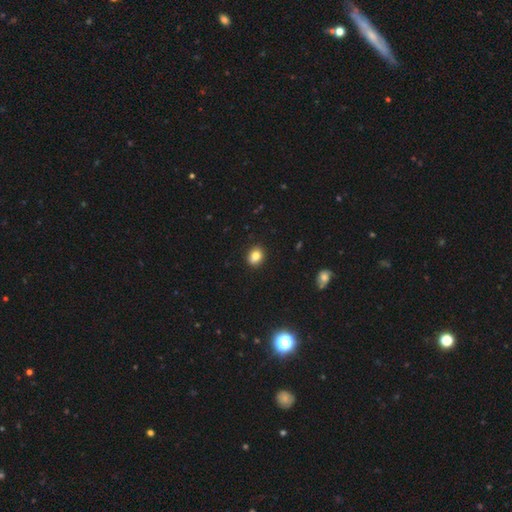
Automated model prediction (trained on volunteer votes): The model was most divided on "how rounded": in between: 50%, round: 49%, cigar-shaped: 1%. More confident: merging — none (89%); smooth or featured — smooth (82%).